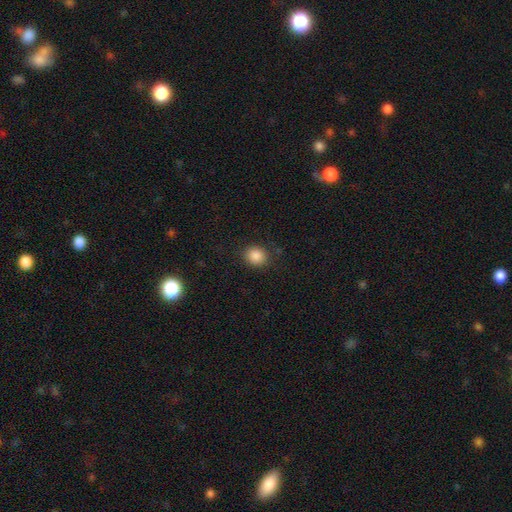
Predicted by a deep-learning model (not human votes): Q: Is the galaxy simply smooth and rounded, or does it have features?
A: smooth — 86%.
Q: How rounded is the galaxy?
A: round — 73%.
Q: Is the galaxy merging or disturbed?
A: none — 85%.